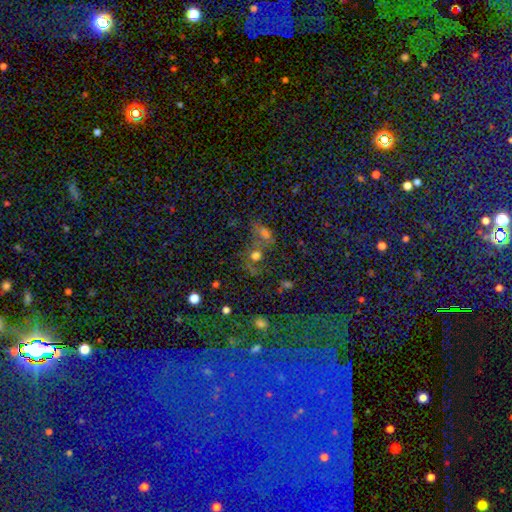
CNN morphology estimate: Smooth or featured? Predicted: smooth (p=0.55). How rounded? Predicted: round (p=0.75). Merging? Predicted: none (p=0.45).